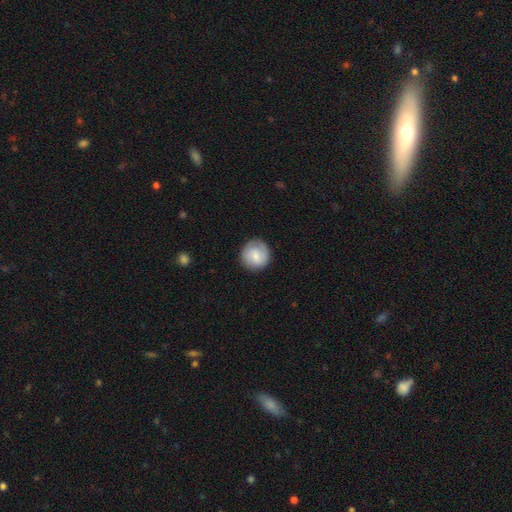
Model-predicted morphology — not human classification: A smooth galaxy with no disk features (74%) that is round (92%). Merging: none (85%).